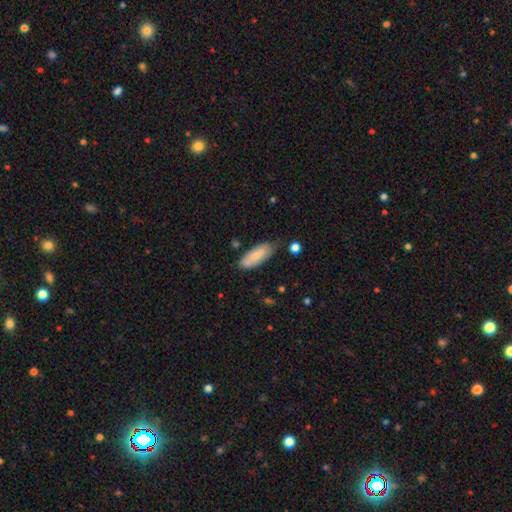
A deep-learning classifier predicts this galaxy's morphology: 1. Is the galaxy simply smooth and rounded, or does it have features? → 81% smooth, 13% featured or disk, 6% star or artifact.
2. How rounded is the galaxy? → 76% in between, 23% cigar-shaped, 2% round.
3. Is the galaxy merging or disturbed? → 67% none, 25% minor disturbance, 5% major disturbance, 4% merger.